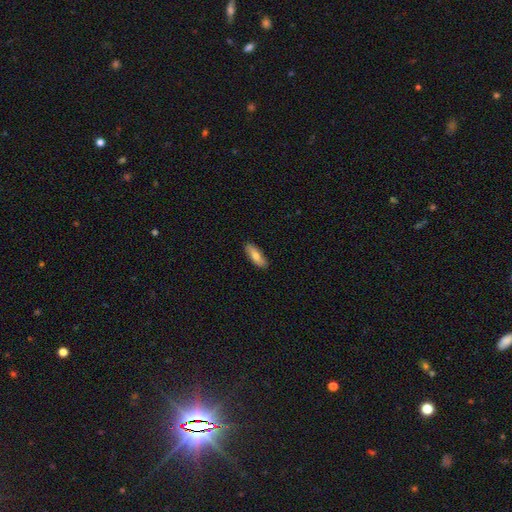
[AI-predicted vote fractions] Morphology: type=smooth (73%); roundness=in between (69%); merging=none (88%).